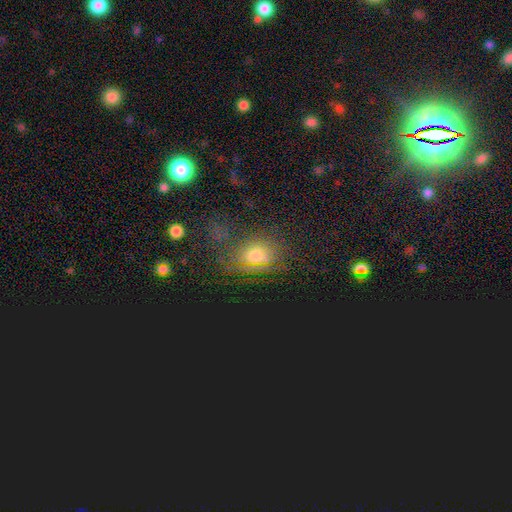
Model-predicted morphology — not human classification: smooth_or_featured: smooth (p=0.51) [alt: star or artifact p=0.31]
how_rounded: in between (p=0.54) [alt: round p=0.42]
merging: none (p=0.69) [alt: minor disturbance p=0.17]